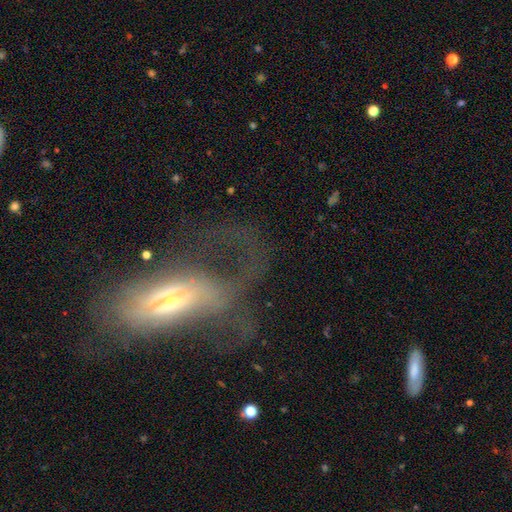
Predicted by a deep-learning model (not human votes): The model was most divided on "merging": major disturbance: 51%, none: 30%, minor disturbance: 14%, merger: 6%. More confident: edge-on disk — no (73%); smooth or featured — featured or disk (60%).